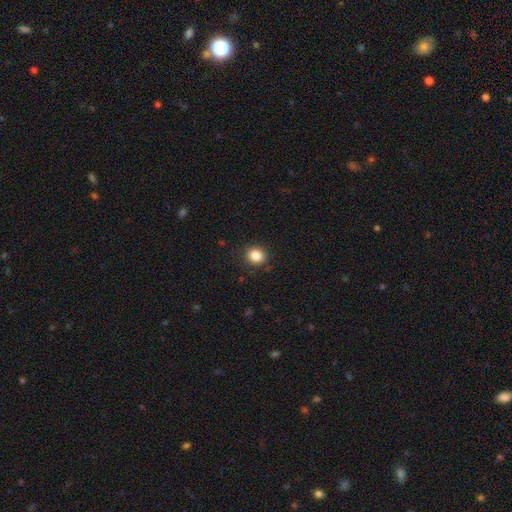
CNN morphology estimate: Smooth or featured: smooth — 86% (star or artifact — 10%)
How rounded: round — 77% (in between — 22%)
Merging: none — 87% (minor disturbance — 9%)